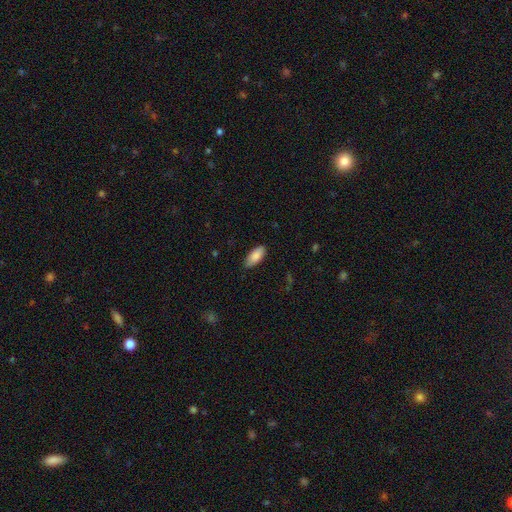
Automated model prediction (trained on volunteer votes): This is clearly a smooth galaxy (87%). How rounded: clearly in between (88%). Merging: clearly none (82%).